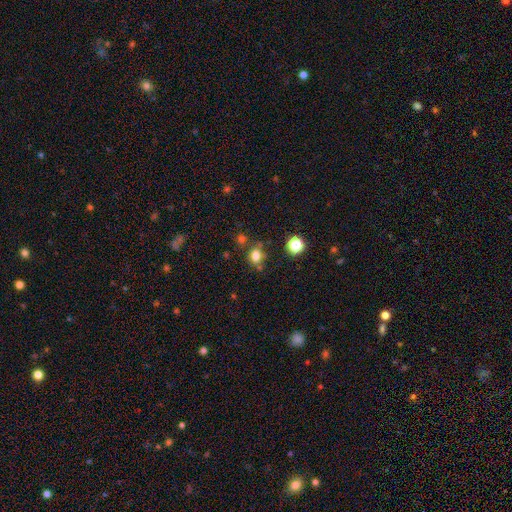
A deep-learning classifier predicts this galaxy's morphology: The model was most divided on "how rounded": round: 53%, in between: 46%, cigar-shaped: 1%. More confident: smooth or featured — smooth (77%); merging — none (65%).